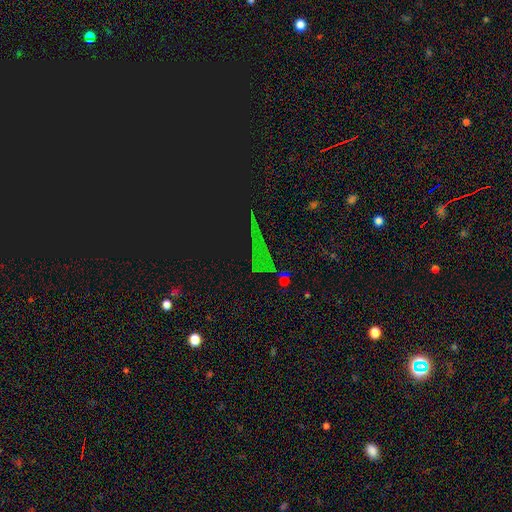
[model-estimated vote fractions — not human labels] A star or artifact, not a galaxy (71%).